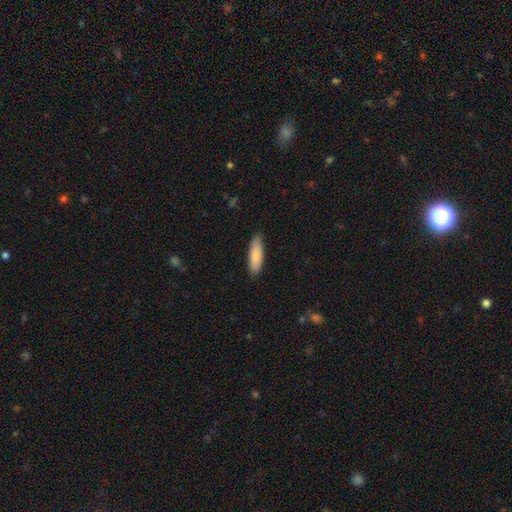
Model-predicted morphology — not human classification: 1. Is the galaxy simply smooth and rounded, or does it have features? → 88% smooth, 7% featured or disk, 5% star or artifact.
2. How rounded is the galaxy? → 50% cigar-shaped, 49% in between, 1% round.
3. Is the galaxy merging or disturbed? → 85% none, 12% minor disturbance, 2% major disturbance, 1% merger.